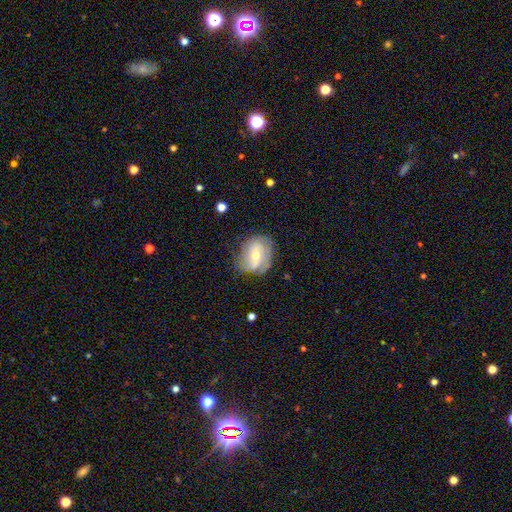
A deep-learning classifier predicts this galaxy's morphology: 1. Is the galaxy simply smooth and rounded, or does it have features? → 58% featured or disk, 34% smooth, 8% star or artifact.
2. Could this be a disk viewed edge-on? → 95% no, 5% yes.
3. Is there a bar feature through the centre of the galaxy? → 43% weak, 34% no, 23% strong.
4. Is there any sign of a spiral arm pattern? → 70% yes, 30% no.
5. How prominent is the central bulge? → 51% moderate, 44% small, 3% large, 1% none, 1% dominant.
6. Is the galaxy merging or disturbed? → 56% none, 29% minor disturbance, 13% major disturbance, 2% merger.